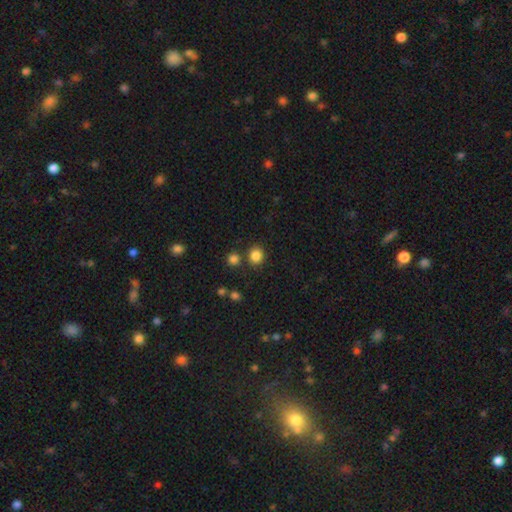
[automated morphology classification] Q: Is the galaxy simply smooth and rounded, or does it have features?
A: smooth — 84%.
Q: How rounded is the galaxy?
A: round — 79%.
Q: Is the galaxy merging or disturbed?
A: none — 80%.